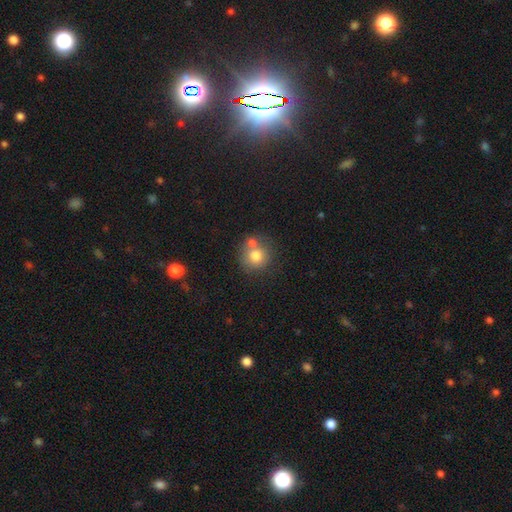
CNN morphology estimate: A smooth galaxy with no disk features (77%) that is round (89%).

Vote fractions:
- Smooth or featured? smooth: 77% / featured or disk: 13% / star or artifact: 10%
- How rounded? round: 89% / in between: 10% / cigar-shaped: 1%
- Merging? none: 54% / merger: 31% / minor disturbance: 11% / major disturbance: 4%